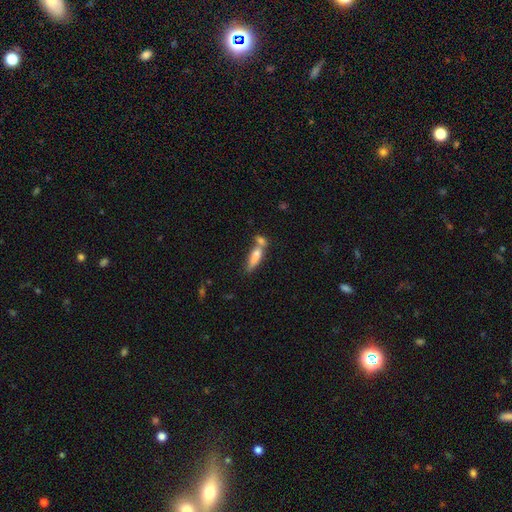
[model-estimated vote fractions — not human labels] This appears to be a smooth galaxy with no disk features (73%) that is cigar-shaped (54%). Merging: merger (47%).